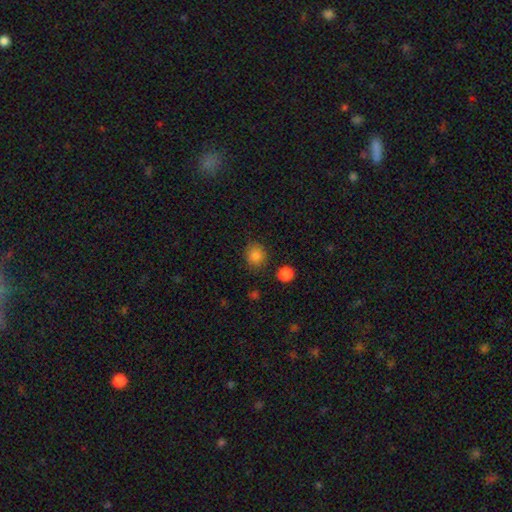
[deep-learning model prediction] A smooth galaxy with no disk features (85%) that is round (83%). Merging: none (83%).